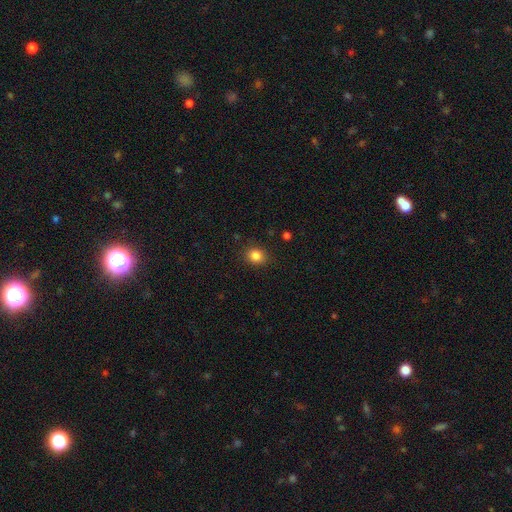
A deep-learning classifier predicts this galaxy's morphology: Overall: smooth (85%). How rounded: round (66%; in between 33%). Merging: none (87%).